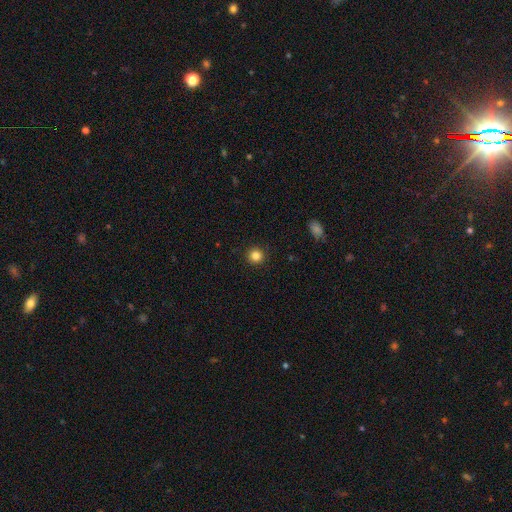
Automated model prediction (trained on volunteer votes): smooth_or_featured: smooth (p=0.84) [alt: star or artifact p=0.12]
how_rounded: round (p=0.95) [alt: in between p=0.04]
merging: none (p=0.93) [alt: minor disturbance p=0.05]